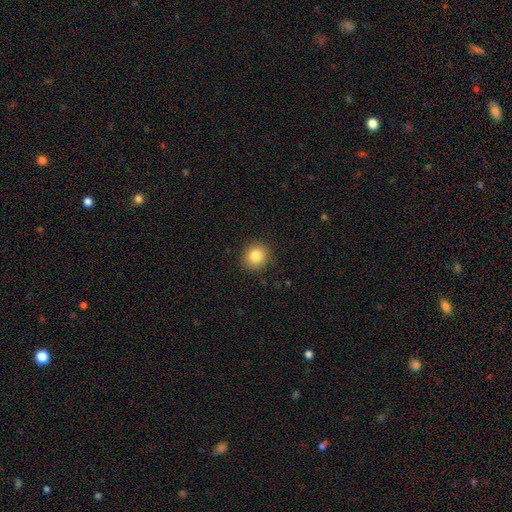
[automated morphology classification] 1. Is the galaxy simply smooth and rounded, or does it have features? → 83% smooth, 10% star or artifact, 7% featured or disk.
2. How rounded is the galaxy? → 85% round, 15% in between, 1% cigar-shaped.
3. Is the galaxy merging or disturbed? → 89% none, 8% minor disturbance, 2% major disturbance, 1% merger.